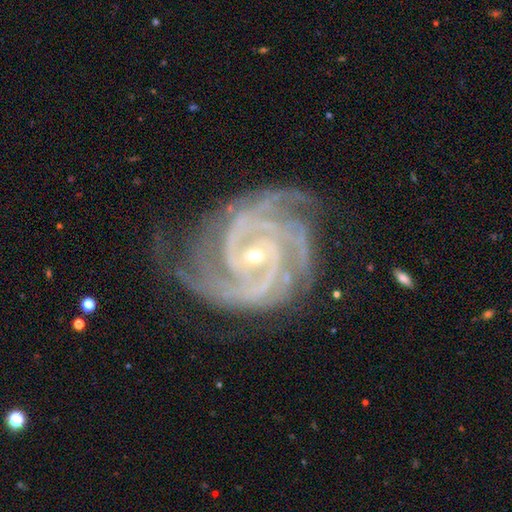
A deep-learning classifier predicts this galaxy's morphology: Overall: featured or disk (93%). Edge-on disk: no (98%). Bar: no (41%; weak 38%). Spiral arms: yes (99%). Spiral arm count: 3 (29%; 2 22%). Spiral winding: tight (71%). Bulge size: small (69%). Merging: none (69%).